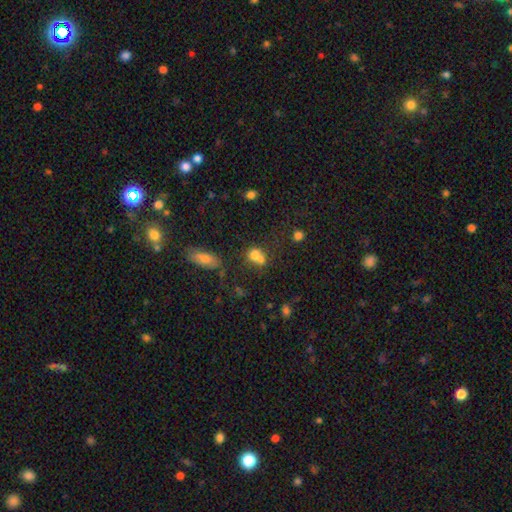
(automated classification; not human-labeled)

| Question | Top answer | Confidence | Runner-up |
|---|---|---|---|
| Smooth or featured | smooth | 70% | featured or disk (15%) |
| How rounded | round | 56% | in between (42%) |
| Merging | merger | 57% | none (28%) |